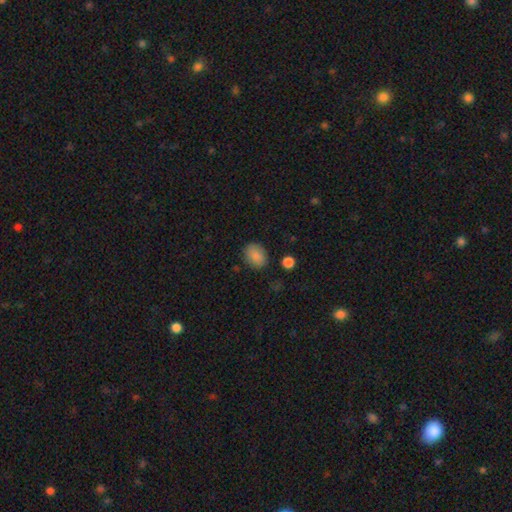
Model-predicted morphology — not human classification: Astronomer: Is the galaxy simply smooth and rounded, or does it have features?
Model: smooth — 87%.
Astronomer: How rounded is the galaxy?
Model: in between — 60% (runner-up: round, 39%).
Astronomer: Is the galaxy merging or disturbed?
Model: none — 83%.